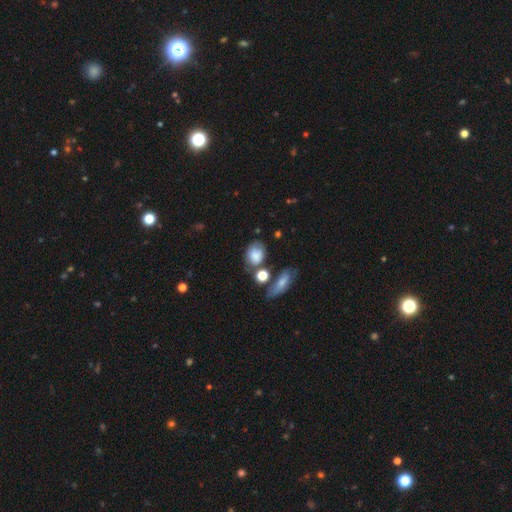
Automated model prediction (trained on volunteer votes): This appears to be a smooth galaxy with no disk features (77%) that is in between round and cigar-shaped (60%). Merging: none (51%).